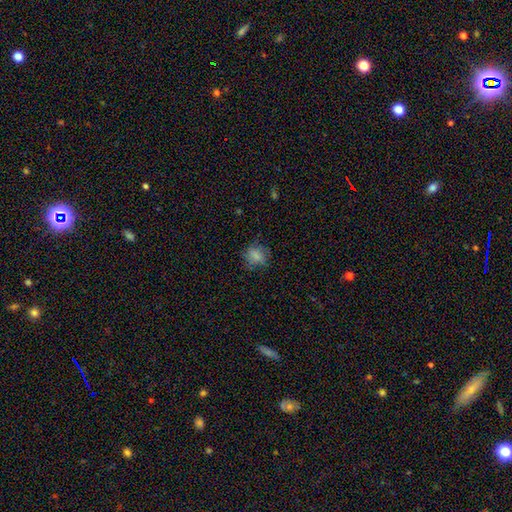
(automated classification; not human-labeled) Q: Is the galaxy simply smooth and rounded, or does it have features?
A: smooth — 74%.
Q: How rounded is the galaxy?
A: round — 62%.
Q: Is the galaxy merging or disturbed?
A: none — 71%.